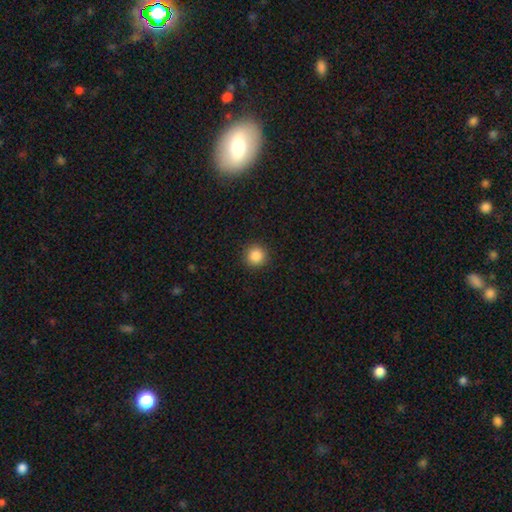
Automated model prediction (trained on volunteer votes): smooth_or_featured: smooth (p=0.87) [alt: star or artifact p=0.10]
how_rounded: round (p=0.95) [alt: in between p=0.04]
merging: none (p=0.92) [alt: minor disturbance p=0.06]